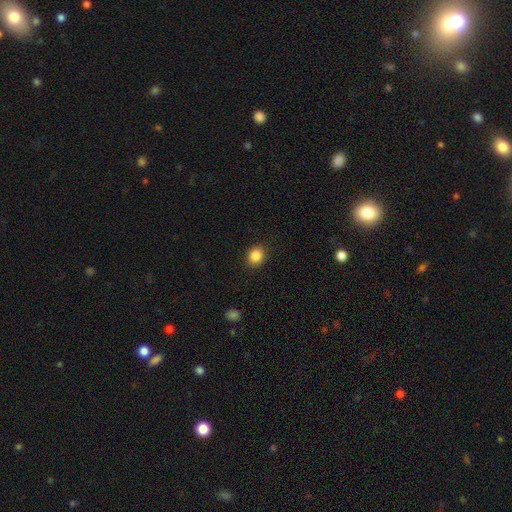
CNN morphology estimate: smooth 87%, star or artifact 10%, featured or disk 4%. Down the decision tree: how rounded — round (63%); merging — none (89%).